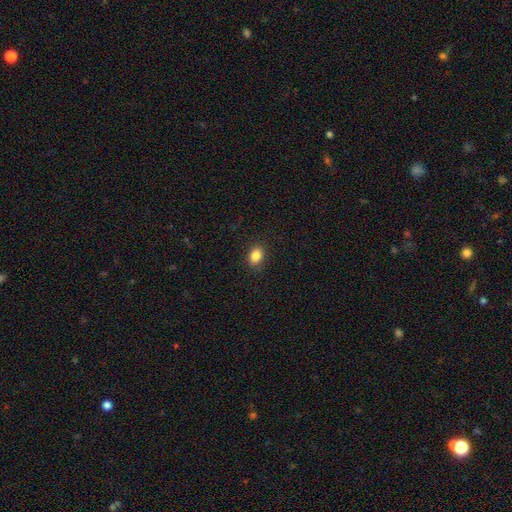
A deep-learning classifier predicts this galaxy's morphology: smooth-or-featured: smooth: 85% | star or artifact: 10% | featured or disk: 5%
  how-rounded: in between: 77% | round: 22% | cigar-shaped: 1%
  merging: none: 88% | minor disturbance: 9% | major disturbance: 2% | merger: 1%